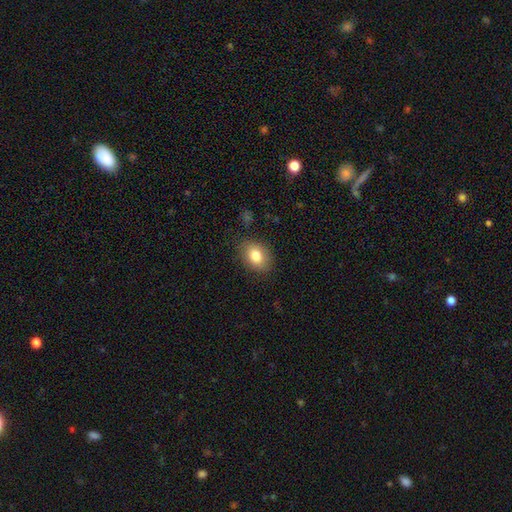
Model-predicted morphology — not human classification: This is clearly a smooth galaxy (82%). How rounded: likely in between (74%). Merging: clearly none (83%).